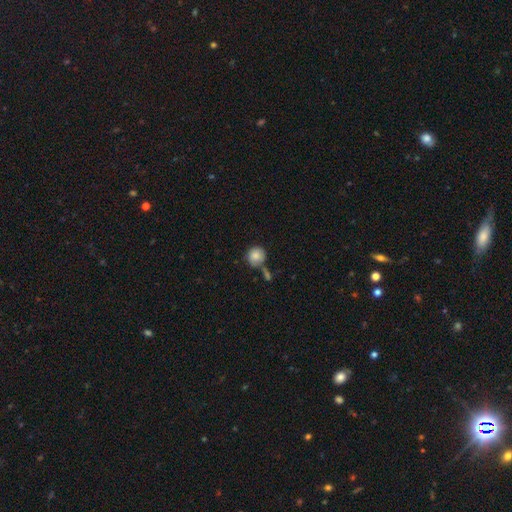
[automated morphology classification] smooth-or-featured: smooth: 84% | star or artifact: 8% | featured or disk: 8%
  how-rounded: round: 90% | in between: 9% | cigar-shaped: 1%
  merging: none: 61% | merger: 18% | minor disturbance: 16% | major disturbance: 5%